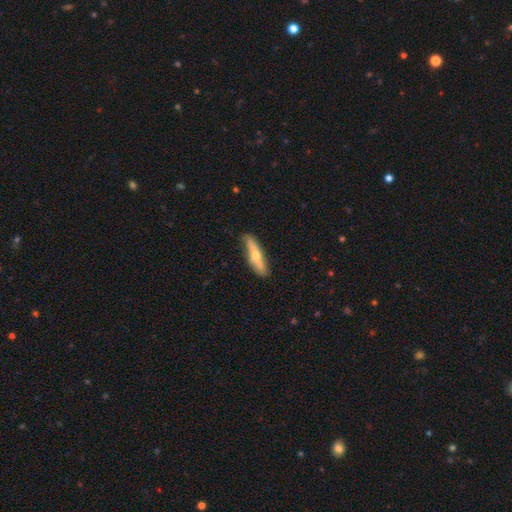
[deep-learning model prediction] featured or disk 47% (tied), smooth 47% (tied), star or artifact 6%. Down the decision tree: merging — none (73%).